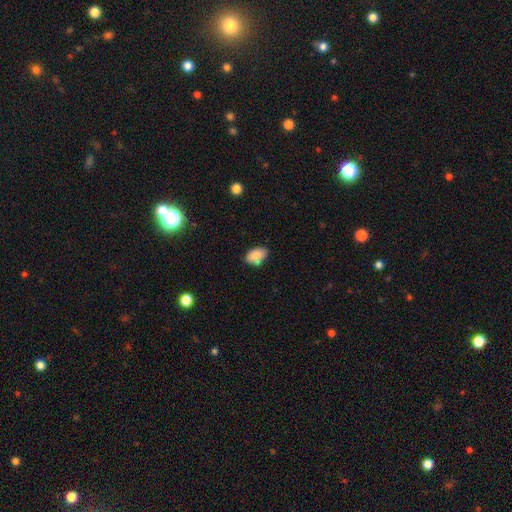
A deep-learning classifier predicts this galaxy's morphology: Smooth or featured? smooth (83%)
How rounded? in between (89%)
Merging? none (65%)